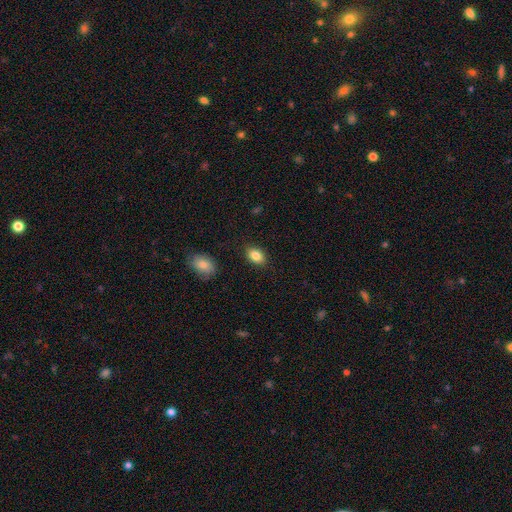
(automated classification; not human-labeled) The model was most divided on "how rounded": in between: 83%, round: 16%, cigar-shaped: 1%. More confident: merging — none (87%); smooth or featured — smooth (85%).